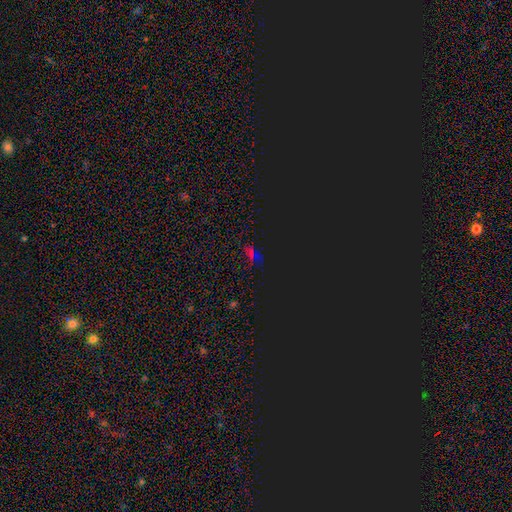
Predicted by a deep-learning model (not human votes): The model was most divided on "smooth or featured": star or artifact: 74%, smooth: 18%, featured or disk: 8%.